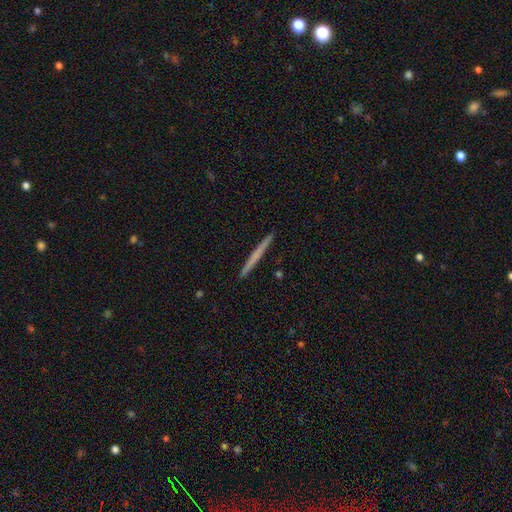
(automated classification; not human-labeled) Smooth or featured: smooth — 52% (featured or disk — 43%)
How rounded: cigar-shaped — 97% (in between — 2%)
Merging: none — 93% (minor disturbance — 4%)